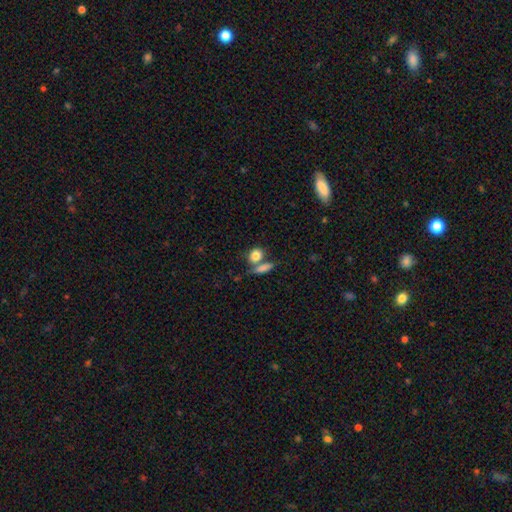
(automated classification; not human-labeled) Morphology: type=smooth (83%); roundness=in between (48%); merging=none (48%).